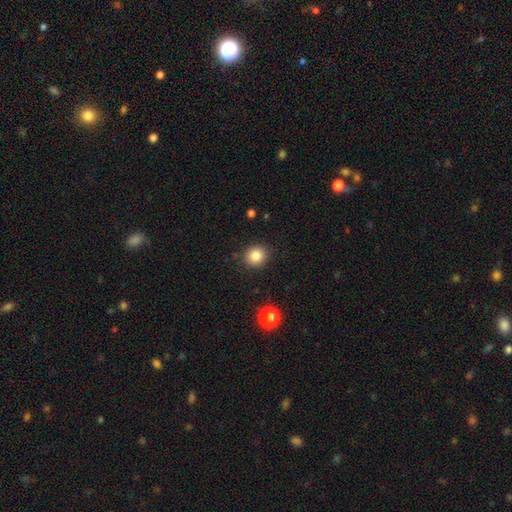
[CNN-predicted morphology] A smooth galaxy with no disk features (84%) that is round (82%). Merging: none (88%).